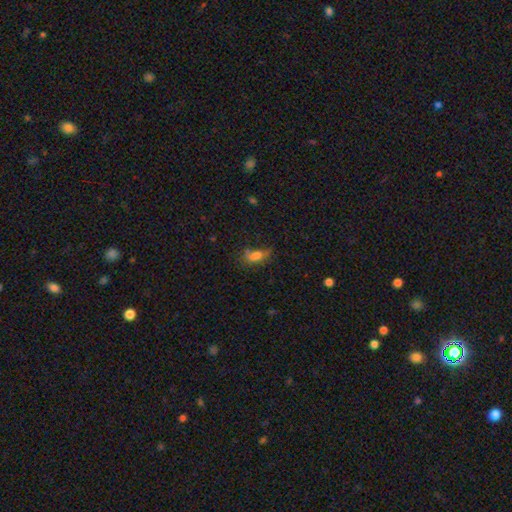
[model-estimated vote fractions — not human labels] Morphology: type=smooth (73%); roundness=in between (79%); merging=none (44%).